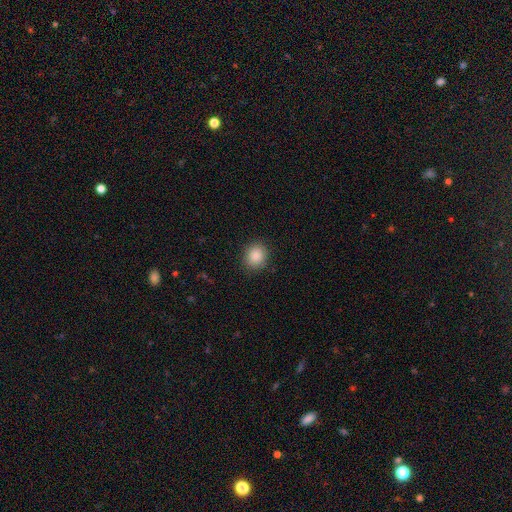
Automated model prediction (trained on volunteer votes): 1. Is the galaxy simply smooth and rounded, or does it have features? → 88% smooth, 8% star or artifact, 4% featured or disk.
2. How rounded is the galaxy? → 72% round, 27% in between, 1% cigar-shaped.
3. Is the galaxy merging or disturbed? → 88% none, 9% minor disturbance, 3% major disturbance, 1% merger.